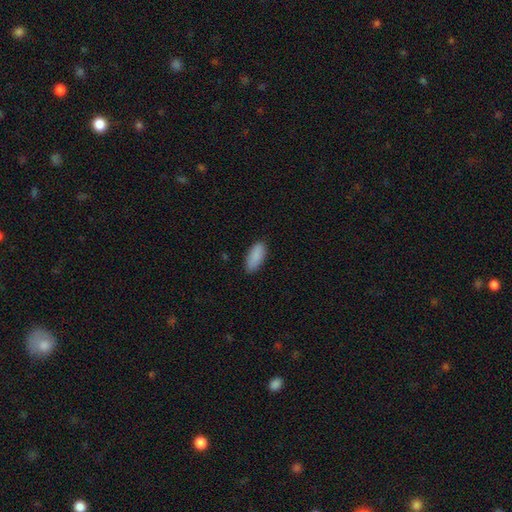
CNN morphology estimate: Smooth or featured? Predicted: smooth (p=0.89). How rounded? Predicted: in between (p=0.84). Merging? Predicted: none (p=0.84).